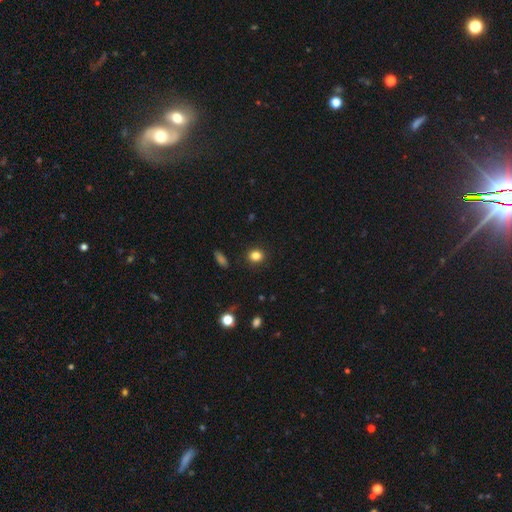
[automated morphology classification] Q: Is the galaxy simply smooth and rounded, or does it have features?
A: smooth — 84%.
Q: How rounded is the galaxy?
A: round — 74%.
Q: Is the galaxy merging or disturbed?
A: none — 90%.